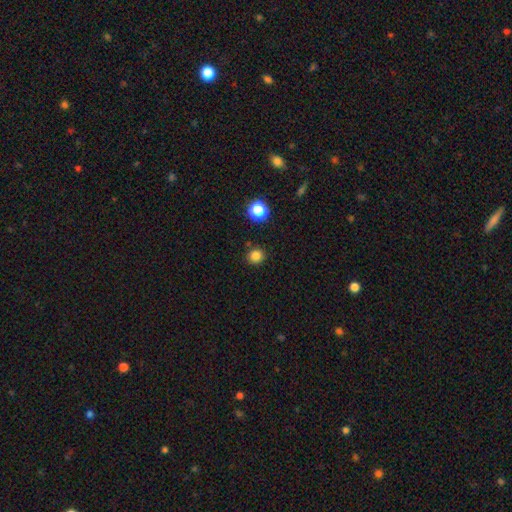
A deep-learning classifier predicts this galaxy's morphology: type=smooth (83%); roundness=round (90%); merging=none (88%).